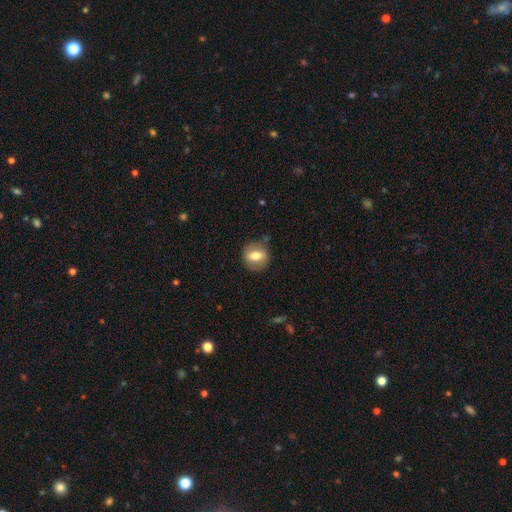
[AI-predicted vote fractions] Morphology: type=smooth (63%); roundness=round (68%); merging=none (82%).